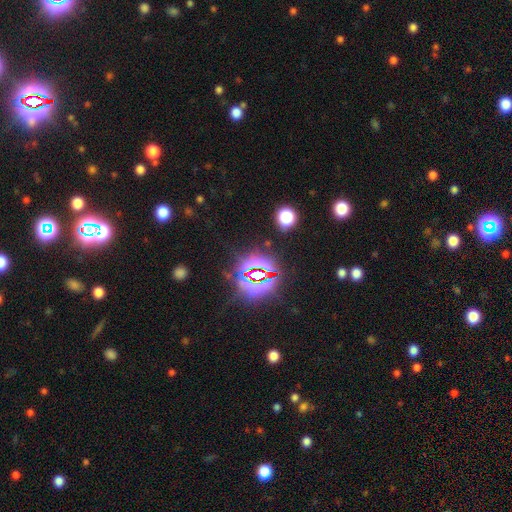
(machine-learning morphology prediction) star or artifact 81%, smooth 12%, featured or disk 7%.